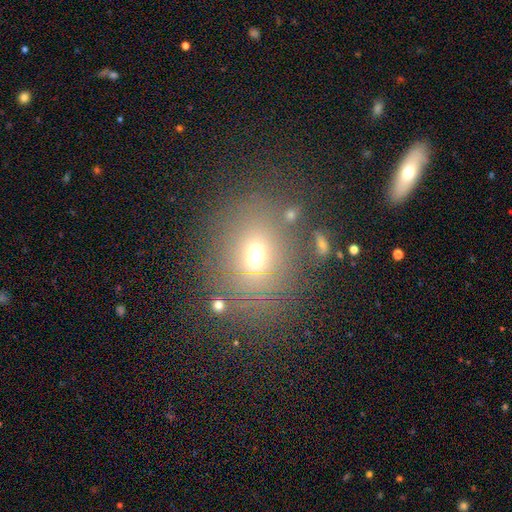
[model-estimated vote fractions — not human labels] smooth 62%, star or artifact 21%, featured or disk 18%. Down the decision tree: how rounded — round (51%); merging — none (68%).